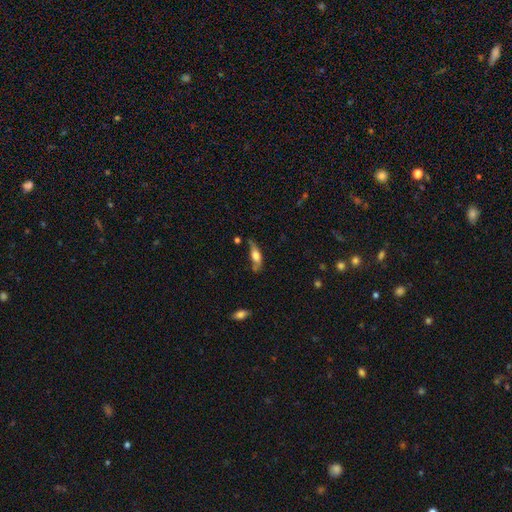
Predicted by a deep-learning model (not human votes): Smooth or featured: smooth — 55% (featured or disk — 38%)
How rounded: in between — 52% (cigar-shaped — 45%)
Merging: none — 54% (minor disturbance — 28%)